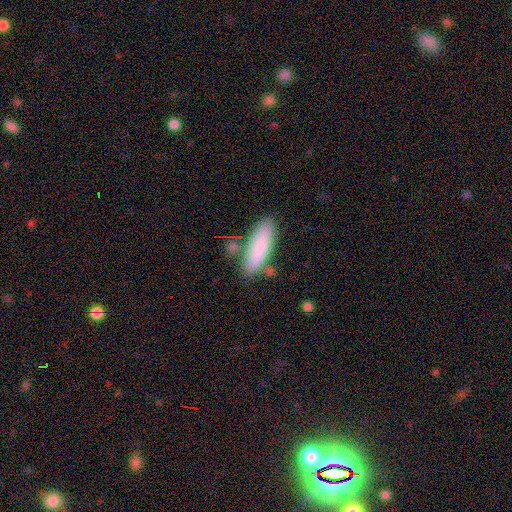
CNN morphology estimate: smooth-or-featured: smooth: 81% | featured or disk: 13% | star or artifact: 6%
  how-rounded: in between: 54% | cigar-shaped: 44% | round: 2%
  merging: none: 74% | minor disturbance: 15% | merger: 7% | major disturbance: 4%